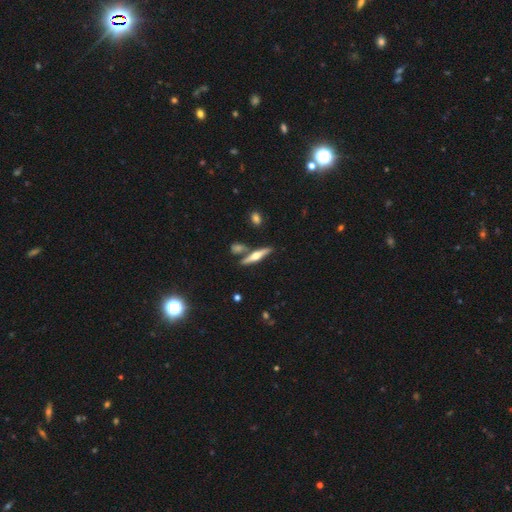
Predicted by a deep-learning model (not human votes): smooth_or_featured: featured or disk (p=0.66) [alt: smooth p=0.27]
disk_edge_on: yes (p=0.97) [alt: no p=0.03]
edge_on_bulge: rounded (p=0.91) [alt: boxy p=0.05]
merging: none (p=0.75) [alt: merger p=0.12]